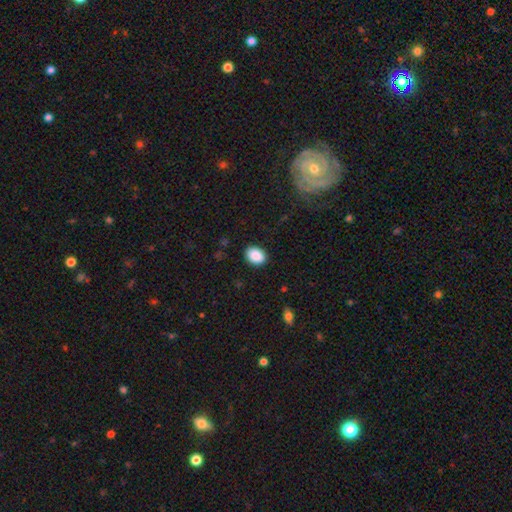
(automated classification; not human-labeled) smooth-or-featured: smooth: 89% | star or artifact: 7% | featured or disk: 3%
  how-rounded: in between: 69% | round: 30% | cigar-shaped: 1%
  merging: none: 89% | minor disturbance: 8% | major disturbance: 2% | merger: 1%